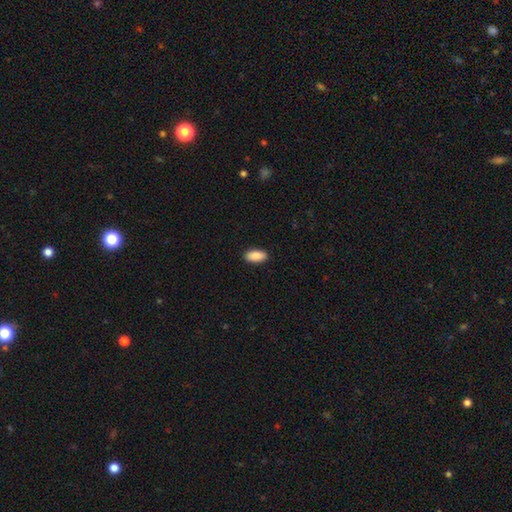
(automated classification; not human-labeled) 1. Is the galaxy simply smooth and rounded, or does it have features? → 90% smooth, 6% star or artifact, 4% featured or disk.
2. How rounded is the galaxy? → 91% in between, 6% cigar-shaped, 2% round.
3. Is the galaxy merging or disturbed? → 90% none, 7% minor disturbance, 2% major disturbance, 1% merger.